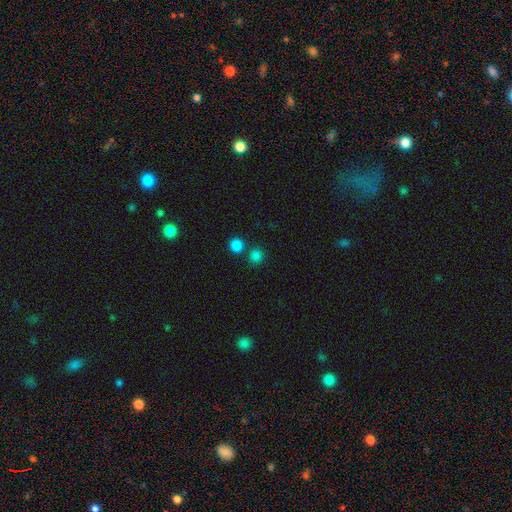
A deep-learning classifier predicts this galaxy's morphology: type=smooth (82%); roundness=round (91%); merging=none (74%).